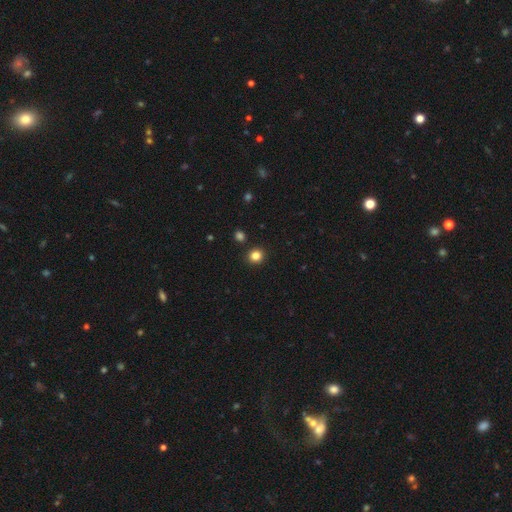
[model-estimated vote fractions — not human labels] This is clearly a smooth galaxy (84%). How rounded: clearly round (87%). Merging: clearly none (91%).